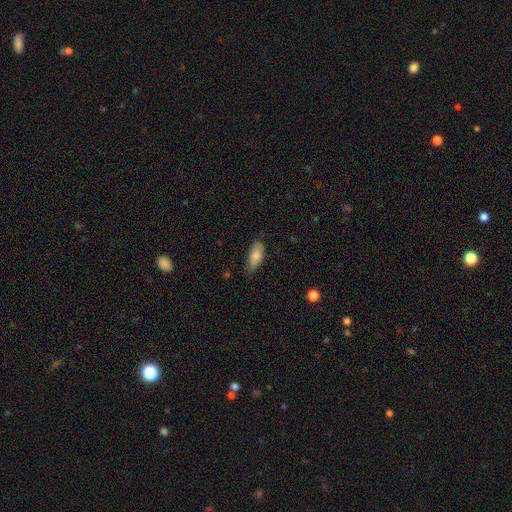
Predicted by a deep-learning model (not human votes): Smooth or featured? Predicted: smooth (p=0.80). How rounded? Predicted: in between (p=0.83). Merging? Predicted: none (p=0.69).